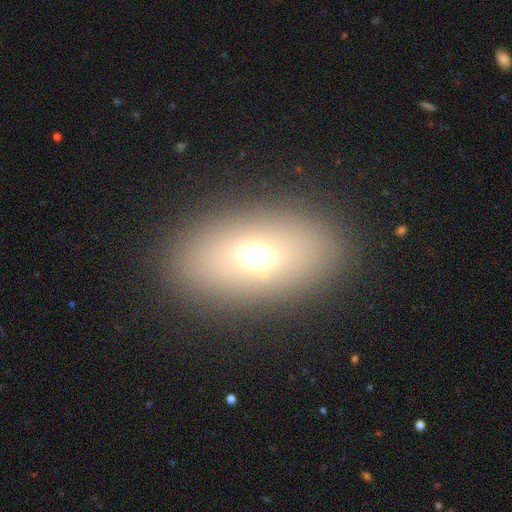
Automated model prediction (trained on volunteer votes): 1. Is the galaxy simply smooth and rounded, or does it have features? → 60% smooth, 24% featured or disk, 16% star or artifact.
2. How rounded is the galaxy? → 82% in between, 15% round, 3% cigar-shaped.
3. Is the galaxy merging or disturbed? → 86% none, 8% minor disturbance, 5% major disturbance, 1% merger.